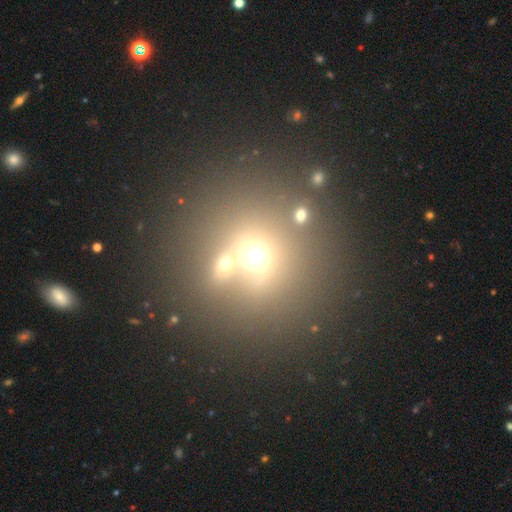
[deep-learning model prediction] Smooth or featured? smooth (53%)
How rounded? round (89%)
Merging? none (60%)